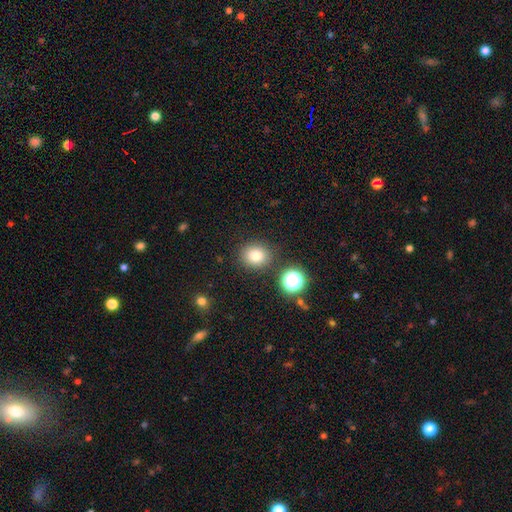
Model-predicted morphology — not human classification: smooth-or-featured: smooth: 79% | star or artifact: 14% | featured or disk: 7%
  how-rounded: round: 77% | in between: 22% | cigar-shaped: 1%
  merging: none: 83% | minor disturbance: 9% | merger: 5% | major disturbance: 3%